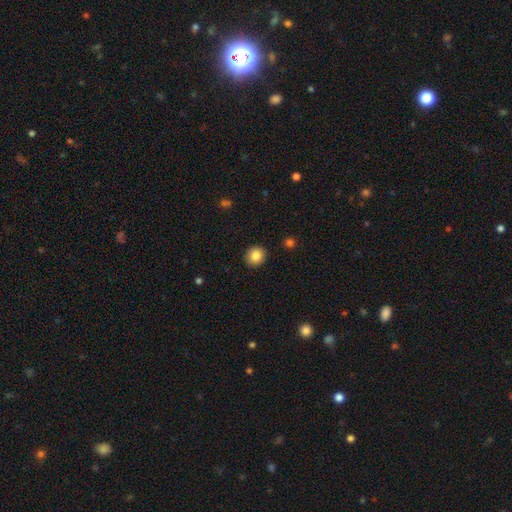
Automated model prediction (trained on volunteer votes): This is clearly a smooth galaxy (85%). How rounded: clearly round (85%). Merging: clearly none (92%).